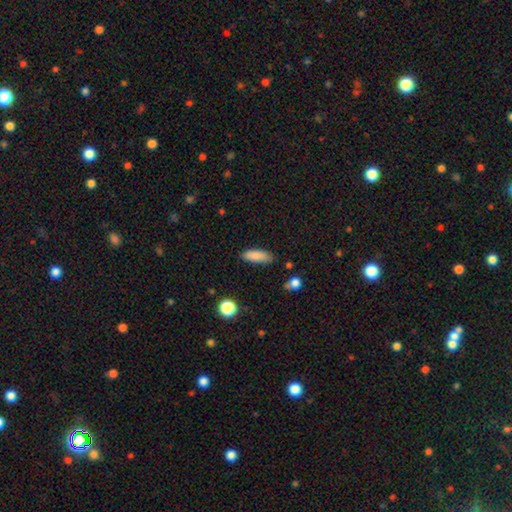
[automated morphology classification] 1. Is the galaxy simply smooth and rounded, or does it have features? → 86% smooth, 8% star or artifact, 7% featured or disk.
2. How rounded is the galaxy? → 65% in between, 33% cigar-shaped, 2% round.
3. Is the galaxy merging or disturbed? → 80% none, 15% minor disturbance, 3% major disturbance, 2% merger.